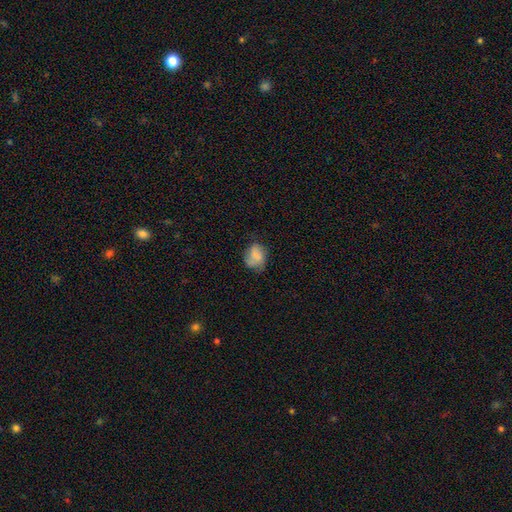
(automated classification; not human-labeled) The model was most divided on "how rounded": in between: 58%, round: 41%, cigar-shaped: 1%. More confident: smooth or featured — smooth (72%); merging — none (52%).